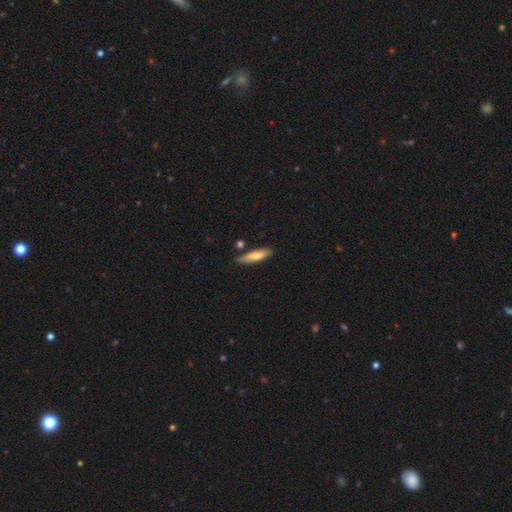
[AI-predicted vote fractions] Smooth or featured? smooth (72%)
How rounded? cigar-shaped (66%)
Merging? none (74%)